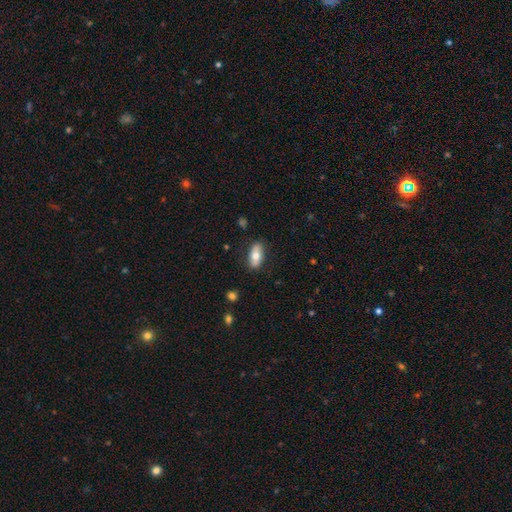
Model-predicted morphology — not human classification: smooth-or-featured: smooth: 69% | featured or disk: 25% | star or artifact: 6%
  how-rounded: in between: 87% | cigar-shaped: 10% | round: 4%
  merging: none: 83% | minor disturbance: 13% | major disturbance: 3% | merger: 1%